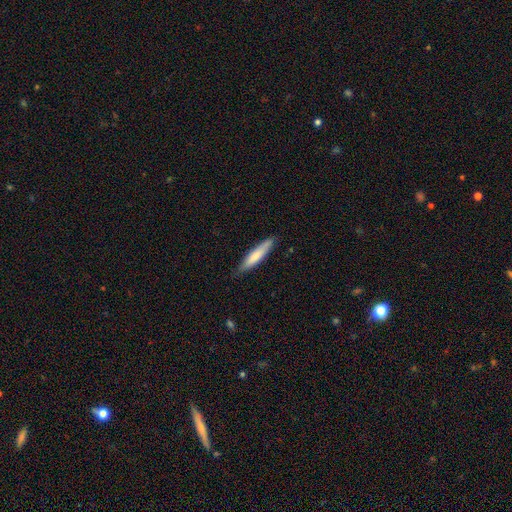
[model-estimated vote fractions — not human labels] Smooth or featured?
  - smooth: 73% *
  - featured or disk: 22%
  - star or artifact: 5%
How rounded?
  - cigar-shaped: 87% *
  - in between: 12%
  - round: 1%
Merging?
  - none: 84% *
  - minor disturbance: 13%
  - major disturbance: 2%
  - merger: 1%